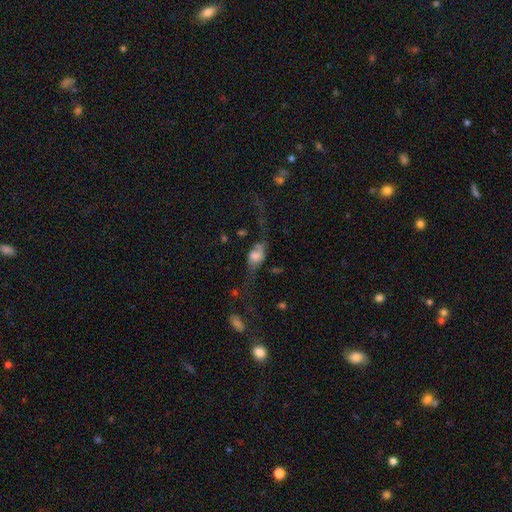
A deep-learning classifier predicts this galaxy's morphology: A featured or disk galaxy (45%).

Vote fractions:
- Smooth or featured? featured or disk: 45% / smooth: 44% / star or artifact: 11%
- Merging? major disturbance: 41% / none: 33% / minor disturbance: 19% / merger: 7%